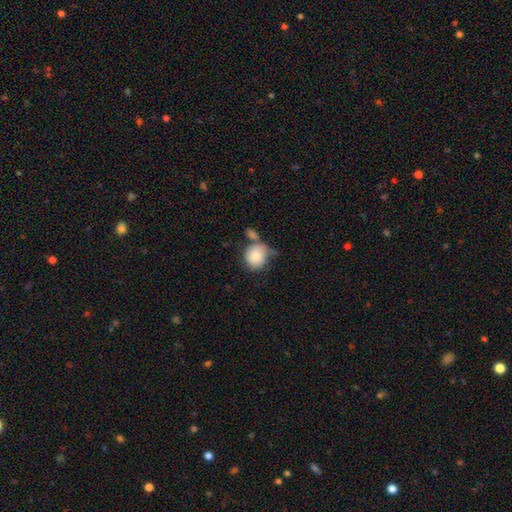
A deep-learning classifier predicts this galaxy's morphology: A smooth galaxy with no disk features (84%) that is round (74%).

Vote fractions:
- Smooth or featured? smooth: 84% / featured or disk: 10% / star or artifact: 7%
- How rounded? round: 74% / in between: 25% / cigar-shaped: 1%
- Merging? none: 39% / merger: 27% / minor disturbance: 23% / major disturbance: 11%